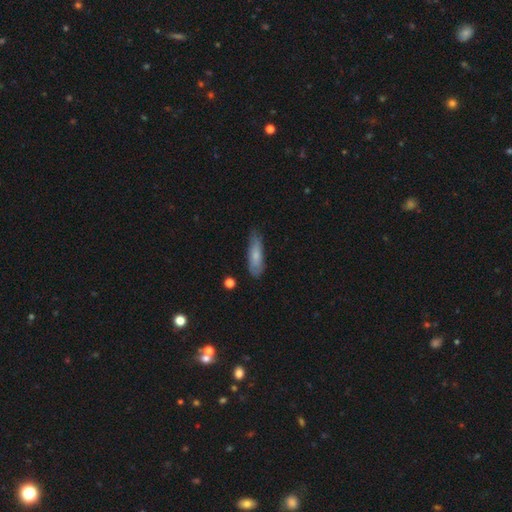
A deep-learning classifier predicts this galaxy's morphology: This is likely a smooth galaxy (70%). How rounded: possibly cigar-shaped (51%). Merging: likely none (68%).